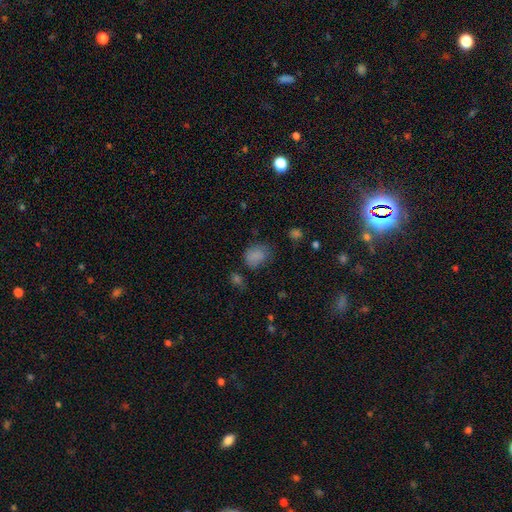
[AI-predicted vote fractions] Q: Smooth or featured?
A: smooth (81%); runner-up: star or artifact (13%)
Q: How rounded?
A: in between (52%); runner-up: round (47%)
Q: Merging?
A: none (57%); runner-up: minor disturbance (29%)